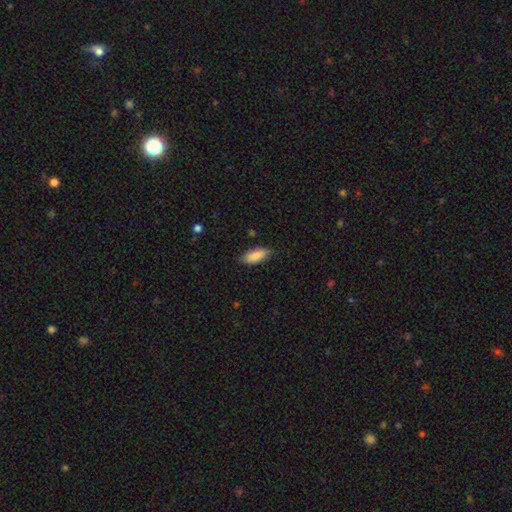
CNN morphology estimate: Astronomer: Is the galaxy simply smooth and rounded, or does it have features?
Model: smooth — 89%.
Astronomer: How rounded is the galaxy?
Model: in between — 78%.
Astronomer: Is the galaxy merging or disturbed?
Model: none — 85%.